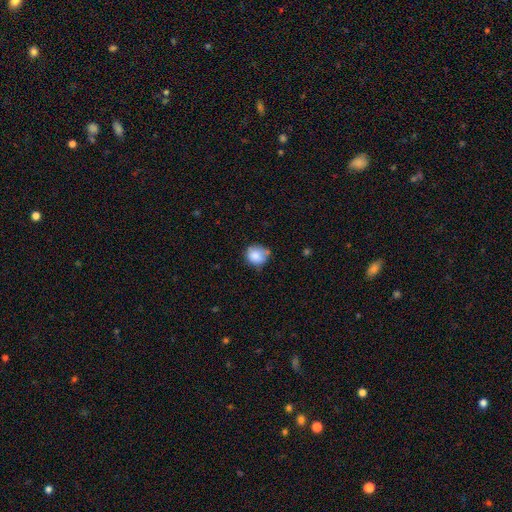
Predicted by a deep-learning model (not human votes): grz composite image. It shows a smooth galaxy with no disk features (81%) that is round (78%). Merging: none (51%).